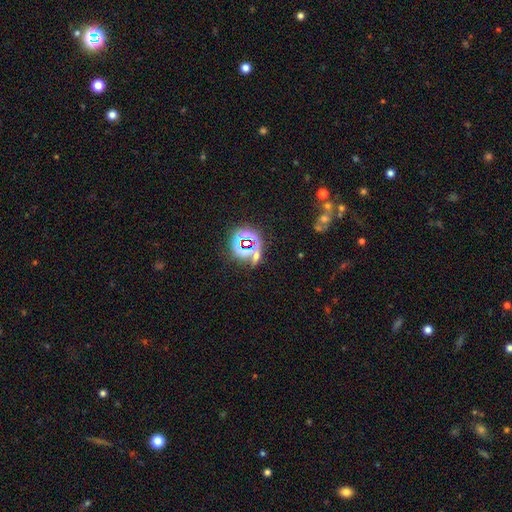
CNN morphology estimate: Smooth or featured: star or artifact — 66% (smooth — 24%)